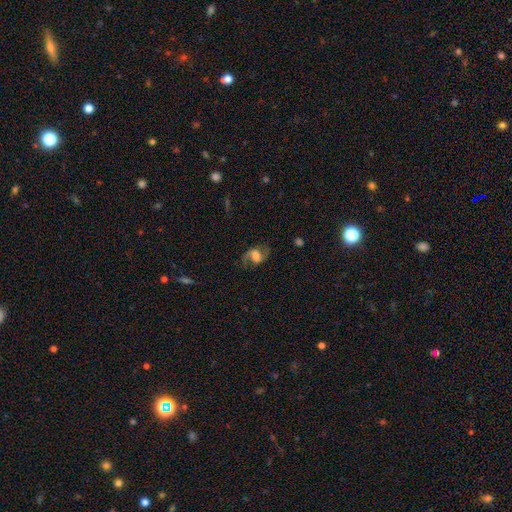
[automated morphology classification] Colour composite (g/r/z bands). It shows a featured or disk galaxy (71%) with a weak bar (46%), 2 (89%) loose (51%) spiral arms (91%) and a large central bulge (37%). Merging: none (70%).